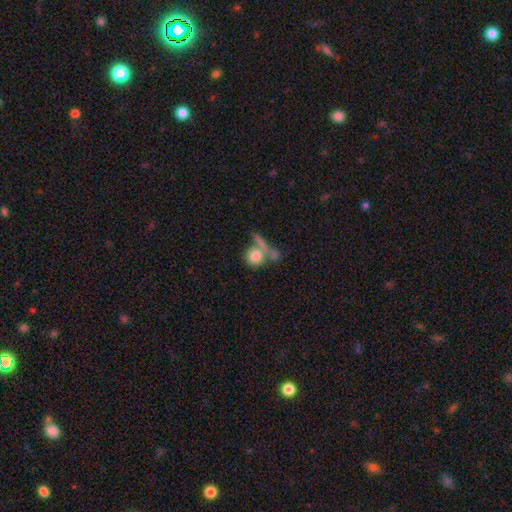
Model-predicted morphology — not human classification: smooth-or-featured: smooth: 74% | featured or disk: 17% | star or artifact: 9%
  how-rounded: round: 77% | in between: 19% | cigar-shaped: 4%
  merging: merger: 39% | none: 38% | major disturbance: 12% | minor disturbance: 11%